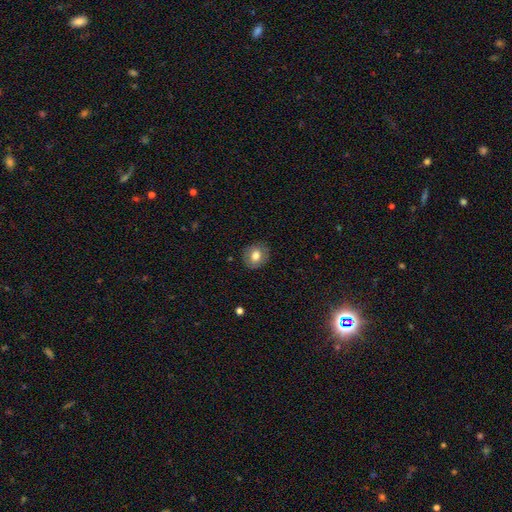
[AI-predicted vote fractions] smooth_or_featured: smooth (p=0.75) [alt: featured or disk p=0.17]
how_rounded: round (p=0.72) [alt: in between p=0.27]
merging: none (p=0.86) [alt: minor disturbance p=0.11]